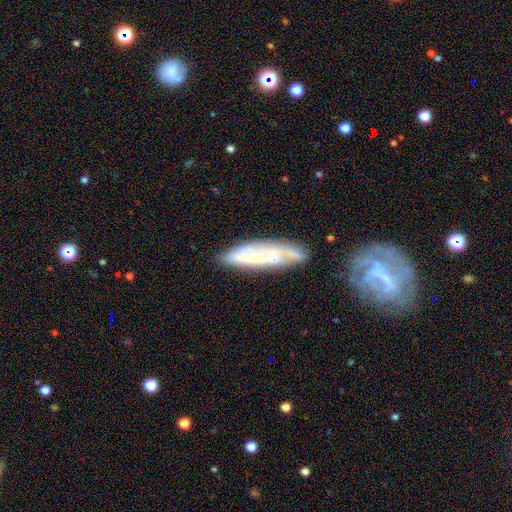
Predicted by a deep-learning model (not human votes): Morphology: type=featured or disk (54%); edge-on=no (68%); merging=none (64%).